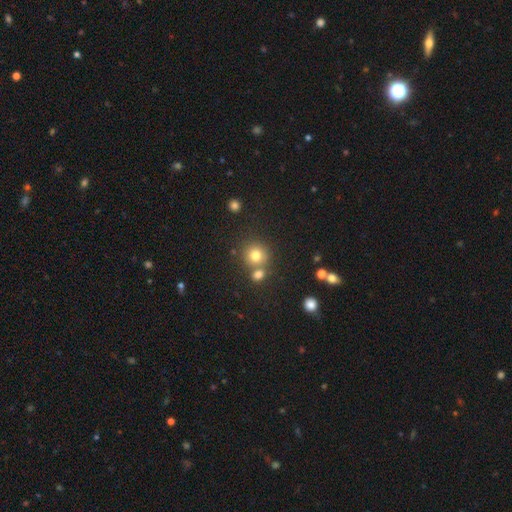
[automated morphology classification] Overall: smooth (77%). How rounded: round (88%). Merging: none (62%; merger 27%).